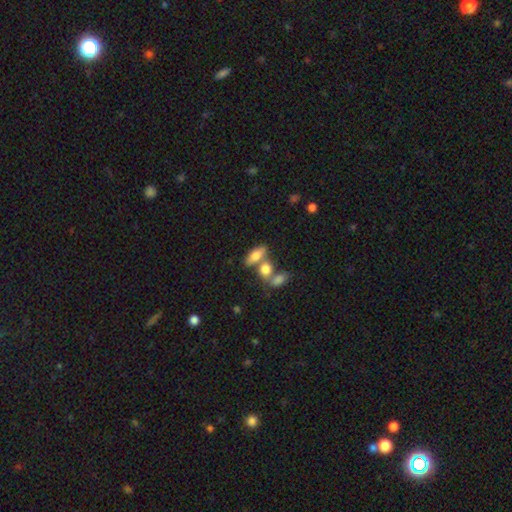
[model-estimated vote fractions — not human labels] Smooth or featured?
  - smooth: 71% *
  - featured or disk: 21%
  - star or artifact: 8%
How rounded?
  - in between: 76% *
  - cigar-shaped: 18%
  - round: 7%
Merging?
  - none: 45% *
  - merger: 39%
  - minor disturbance: 11%
  - major disturbance: 5%